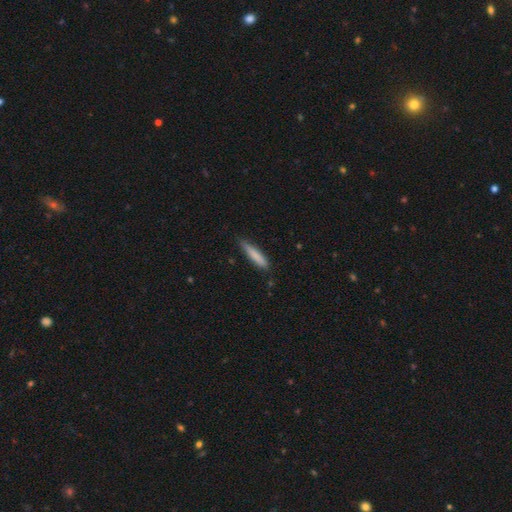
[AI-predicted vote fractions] smooth_or_featured: smooth (p=0.80) [alt: featured or disk p=0.14]
how_rounded: cigar-shaped (p=0.89) [alt: in between p=0.10]
merging: none (p=0.81) [alt: minor disturbance p=0.16]